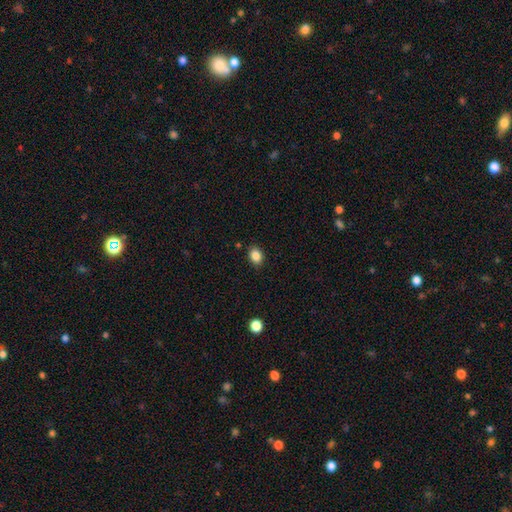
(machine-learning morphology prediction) A smooth galaxy with no disk features (85%) that is in between round and cigar-shaped (56%). Merging: none (87%).